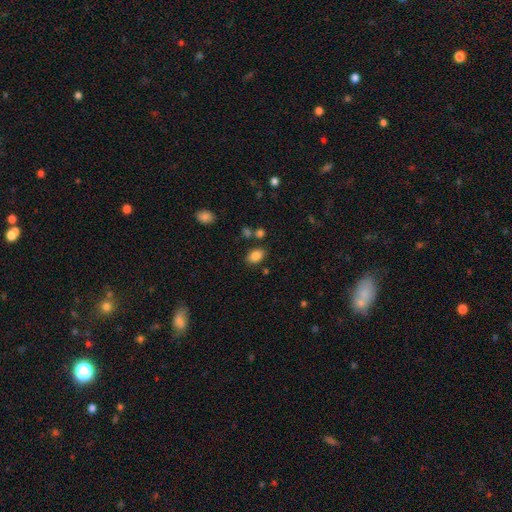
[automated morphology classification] smooth-or-featured: smooth: 84% | star or artifact: 9% | featured or disk: 6%
  how-rounded: in between: 86% | round: 12% | cigar-shaped: 1%
  merging: none: 79% | minor disturbance: 12% | merger: 6% | major disturbance: 3%